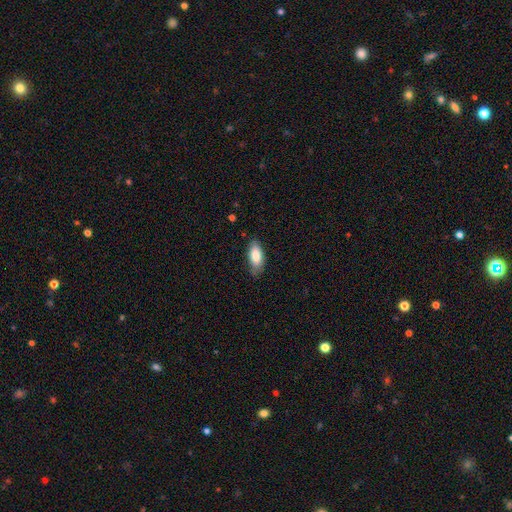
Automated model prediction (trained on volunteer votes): This is clearly a smooth galaxy (83%). How rounded: clearly in between (86%). Merging: likely none (76%).